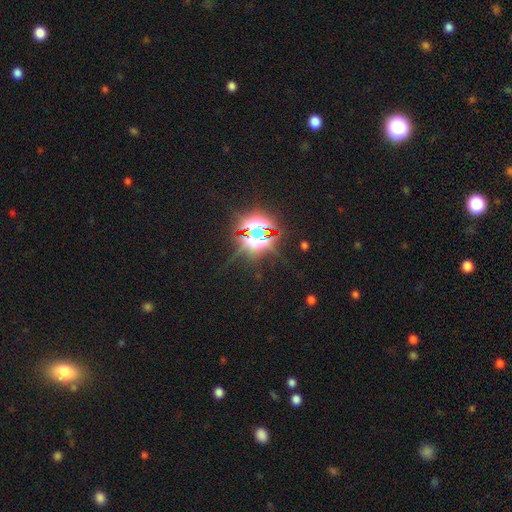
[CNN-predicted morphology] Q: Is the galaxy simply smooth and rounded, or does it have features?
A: star or artifact — 83%.